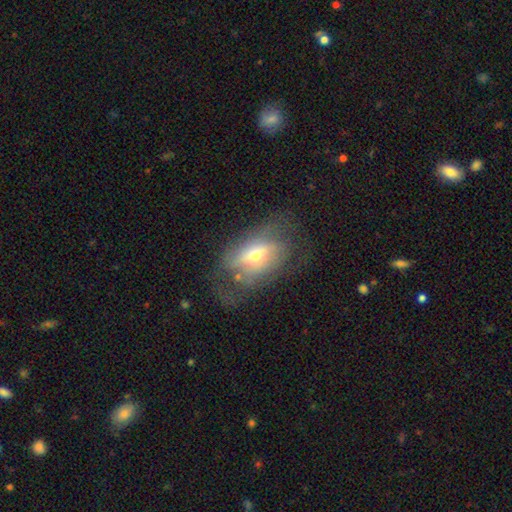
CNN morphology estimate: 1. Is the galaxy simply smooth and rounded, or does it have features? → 49% featured or disk, 41% smooth, 9% star or artifact.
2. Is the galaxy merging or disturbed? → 44% none, 28% major disturbance, 25% minor disturbance, 3% merger.